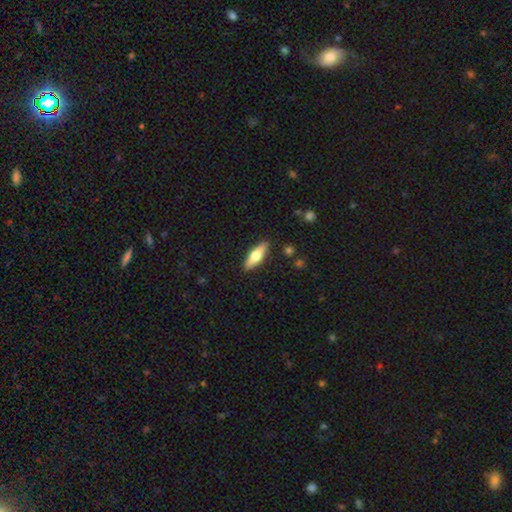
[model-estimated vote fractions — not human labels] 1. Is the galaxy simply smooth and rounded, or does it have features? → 53% smooth, 41% featured or disk, 6% star or artifact.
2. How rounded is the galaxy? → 53% cigar-shaped, 45% in between, 2% round.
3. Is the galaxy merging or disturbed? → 89% none, 8% minor disturbance, 2% major disturbance, 1% merger.